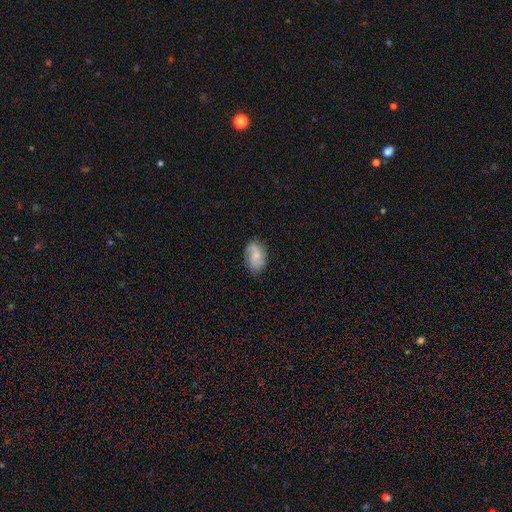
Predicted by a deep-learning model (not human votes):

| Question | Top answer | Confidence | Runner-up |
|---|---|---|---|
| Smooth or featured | smooth | 58% | featured or disk (34%) |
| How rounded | in between | 84% | round (15%) |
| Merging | none | 70% | minor disturbance (23%) |